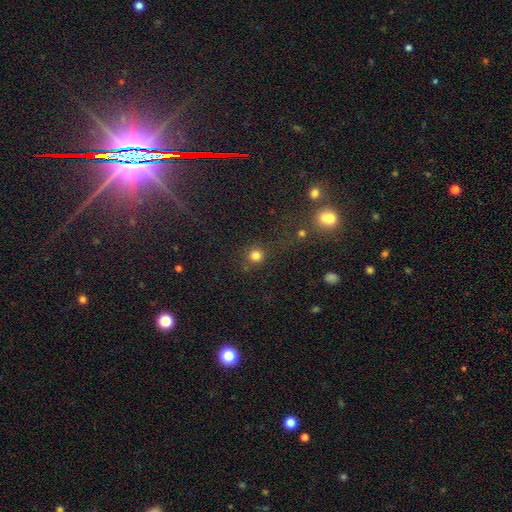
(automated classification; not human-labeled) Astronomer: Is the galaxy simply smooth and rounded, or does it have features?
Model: smooth — 80%.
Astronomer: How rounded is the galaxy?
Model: round — 93%.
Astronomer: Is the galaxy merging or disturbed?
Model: none — 80%.